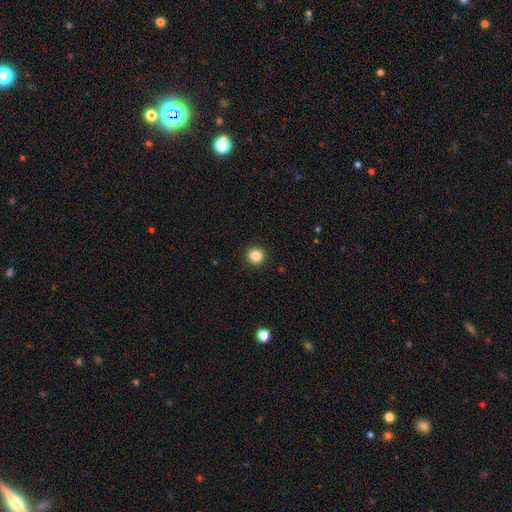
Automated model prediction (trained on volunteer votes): Overall: smooth (85%). How rounded: round (94%). Merging: none (93%).